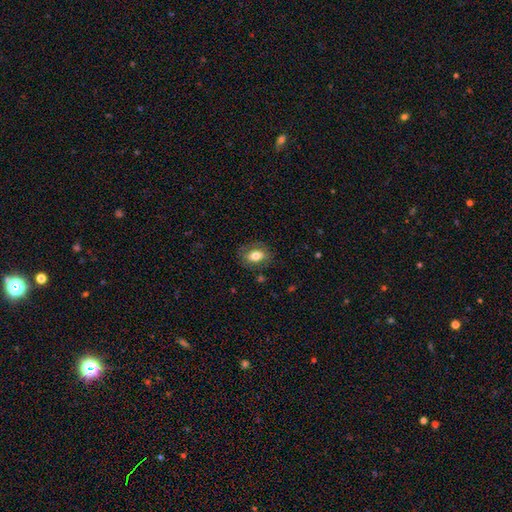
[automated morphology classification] Smooth or featured?
  - smooth: 75% *
  - featured or disk: 17%
  - star or artifact: 8%
How rounded?
  - in between: 78% *
  - round: 20%
  - cigar-shaped: 2%
Merging?
  - none: 78% *
  - minor disturbance: 15%
  - major disturbance: 5%
  - merger: 2%